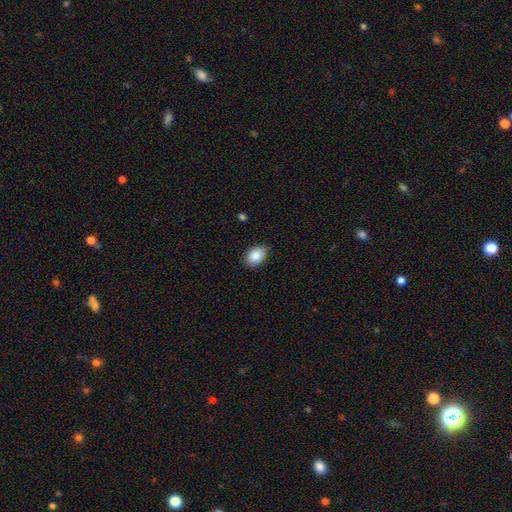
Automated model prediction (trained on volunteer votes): This appears to be a smooth galaxy with no disk features (87%) that is in between round and cigar-shaped (76%). Merging: none (83%).